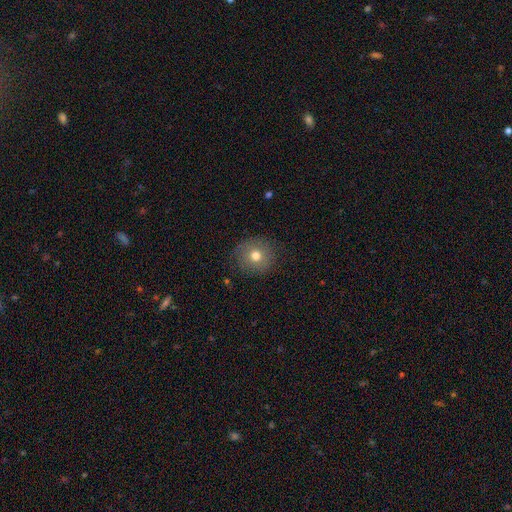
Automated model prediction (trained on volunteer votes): Overall: smooth (72%). How rounded: round (89%). Merging: none (85%).